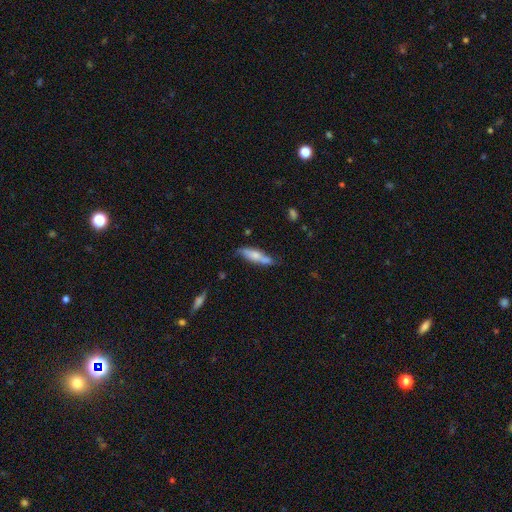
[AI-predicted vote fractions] smooth 63%, featured or disk 31%, star or artifact 6%. Down the decision tree: how rounded — cigar-shaped (65%); merging — none (60%).